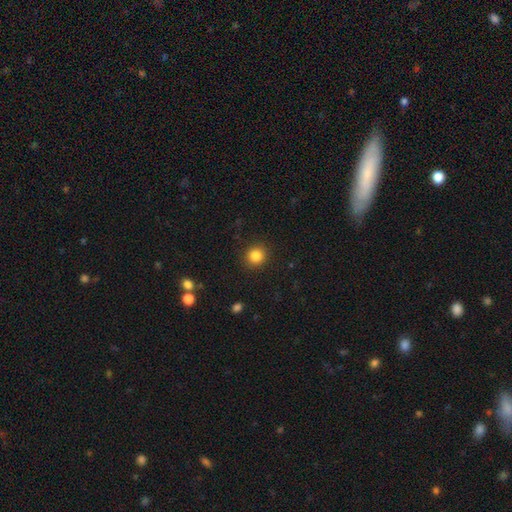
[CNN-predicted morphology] Q: Smooth or featured?
A: smooth (84%); runner-up: star or artifact (11%)
Q: How rounded?
A: round (90%); runner-up: in between (9%)
Q: Merging?
A: none (91%); runner-up: minor disturbance (6%)